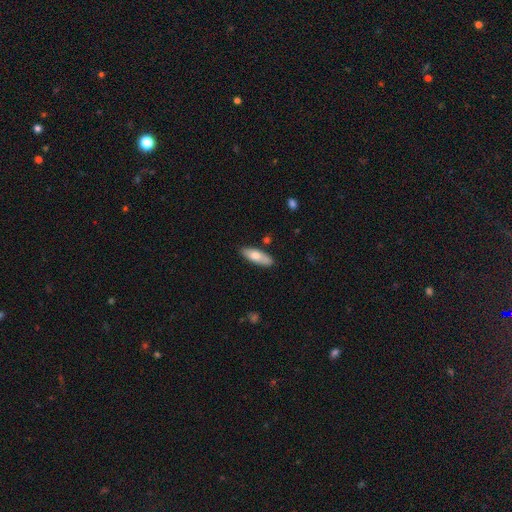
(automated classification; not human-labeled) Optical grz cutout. It shows a smooth galaxy with no disk features (73%) that is in between round and cigar-shaped (61%). Merging: none (81%).